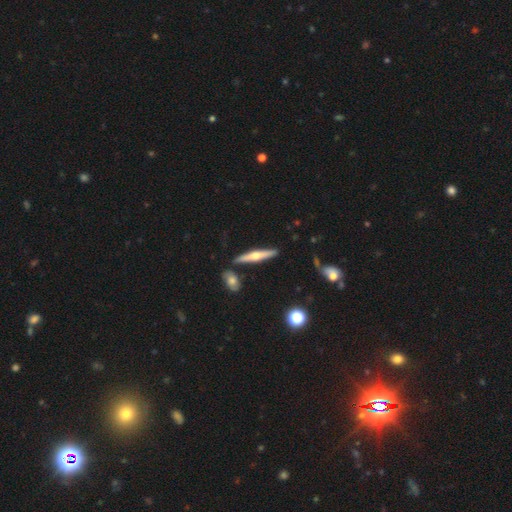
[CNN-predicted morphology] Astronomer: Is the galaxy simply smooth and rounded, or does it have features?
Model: featured or disk — 59% (runner-up: smooth, 36%).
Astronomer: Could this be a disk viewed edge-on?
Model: yes — 95%.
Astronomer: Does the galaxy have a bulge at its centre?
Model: rounded — 90%.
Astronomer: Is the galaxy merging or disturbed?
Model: none — 86%.